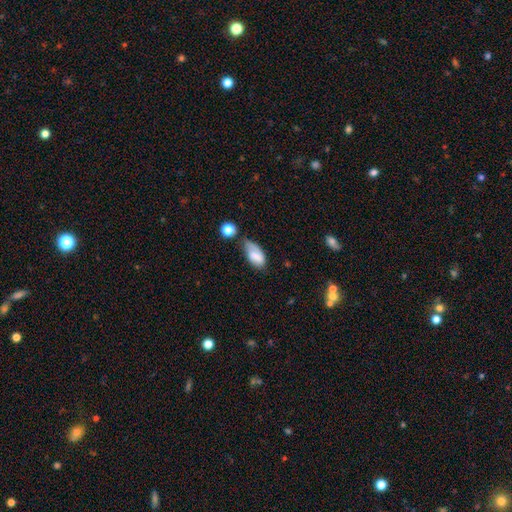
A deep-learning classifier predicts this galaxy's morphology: Smooth or featured: smooth — 72% (featured or disk — 19%)
How rounded: in between — 89% (cigar-shaped — 7%)
Merging: minor disturbance — 38% (none — 36%)